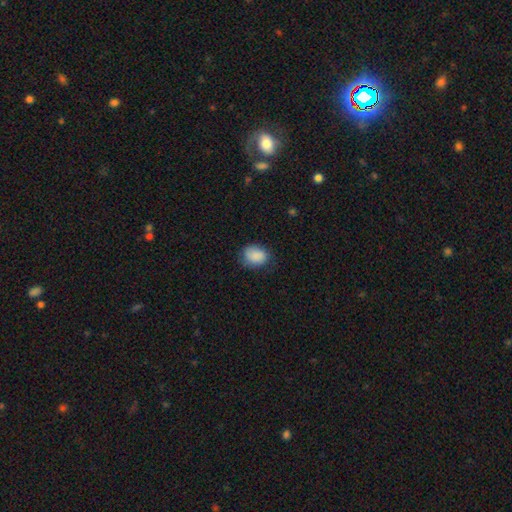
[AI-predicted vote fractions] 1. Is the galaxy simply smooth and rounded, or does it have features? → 88% smooth, 7% star or artifact, 5% featured or disk.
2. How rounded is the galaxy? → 55% in between, 44% round, 1% cigar-shaped.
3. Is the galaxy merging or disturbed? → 75% none, 19% minor disturbance, 5% major disturbance, 1% merger.